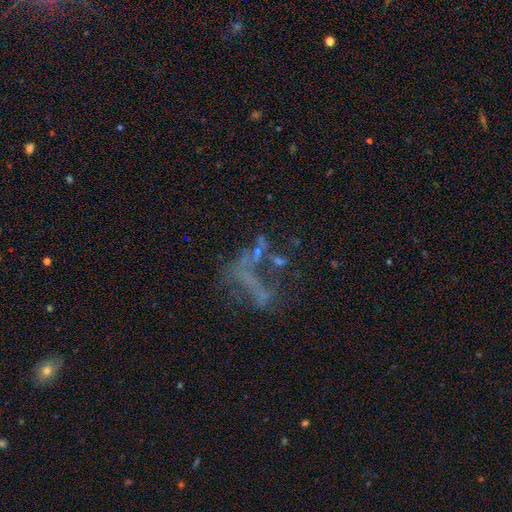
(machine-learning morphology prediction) This appears to be a featured or disk galaxy (54%) with no bar (84%), no spiral arms (91%) and no central bulge (83%). Merging: none (36%).